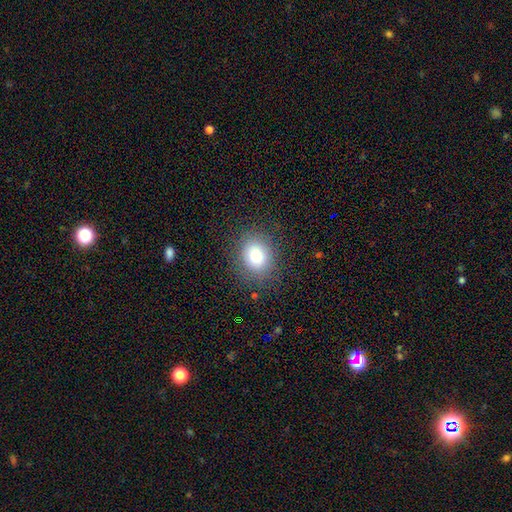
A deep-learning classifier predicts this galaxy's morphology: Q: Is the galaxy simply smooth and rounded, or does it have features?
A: smooth — 84%.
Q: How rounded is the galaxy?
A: round — 53%.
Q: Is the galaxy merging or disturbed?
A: none — 83%.